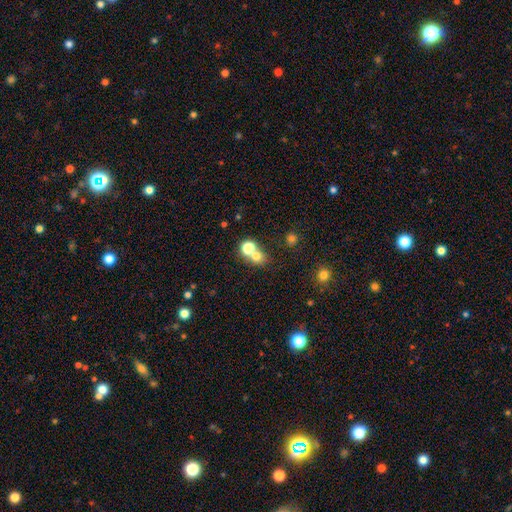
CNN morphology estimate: Smooth or featured? smooth (71%)
How rounded? round (76%)
Merging? merger (45%, tied with none)